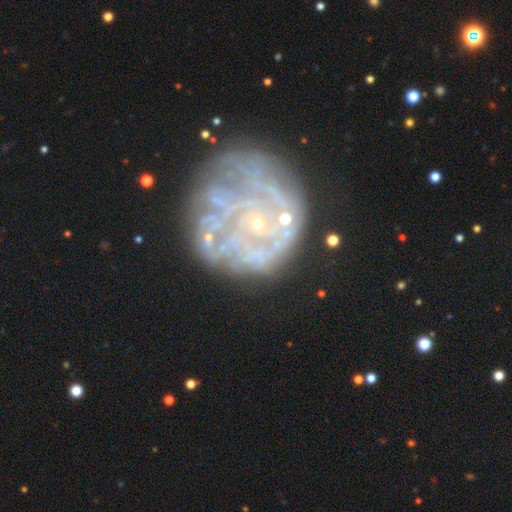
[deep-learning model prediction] Smooth or featured? Predicted: featured or disk (p=0.78). Edge-on disk? Predicted: no (p=0.98). Bar? Predicted: no (p=0.76). Spiral arms? Predicted: yes (p=0.90). Spiral winding? Predicted: tight (p=0.69). Spiral arm count? Predicted: can't tell (p=0.26). Bulge size? Predicted: small (p=0.73). Merging? Predicted: none (p=0.46).